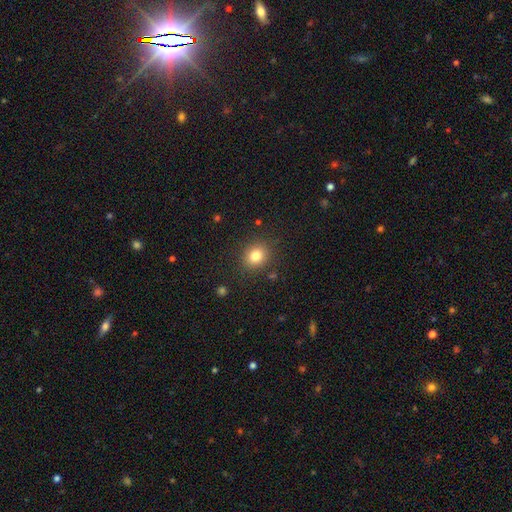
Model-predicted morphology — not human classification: This appears to be a smooth galaxy with no disk features (81%) that is round (72%). Merging: none (86%).